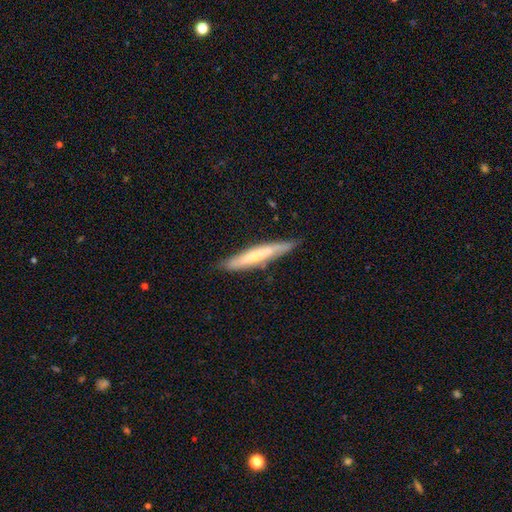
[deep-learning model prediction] Overall: smooth (49%; featured or disk 45%). Merging: none (81%).